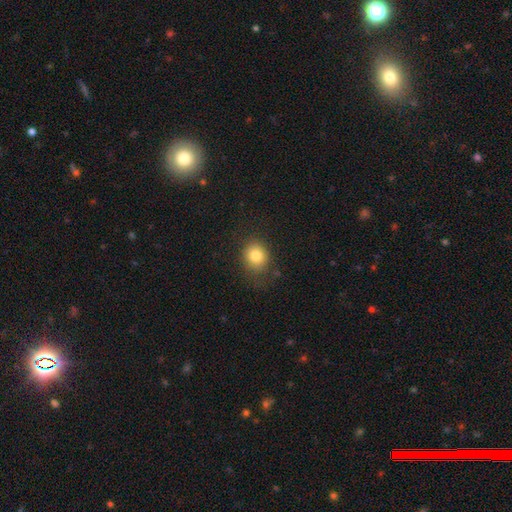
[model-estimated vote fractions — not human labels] The model was most divided on "how rounded": round: 73%, in between: 26%, cigar-shaped: 1%. More confident: smooth or featured — smooth (82%); merging — none (77%).